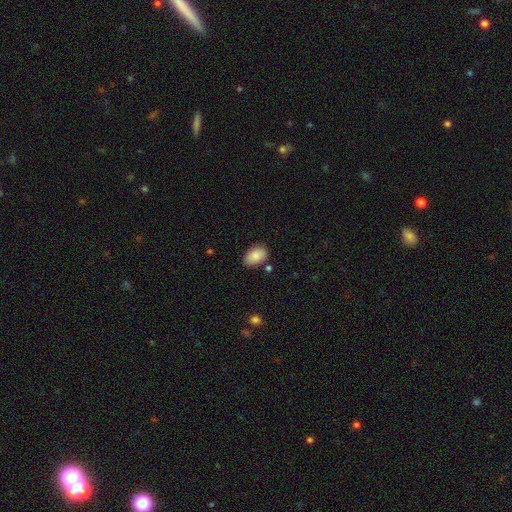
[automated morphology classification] The model was most divided on "merging": none: 80%, minor disturbance: 14%, merger: 3%, major disturbance: 3%. More confident: how rounded — in between (90%); smooth or featured — smooth (87%).